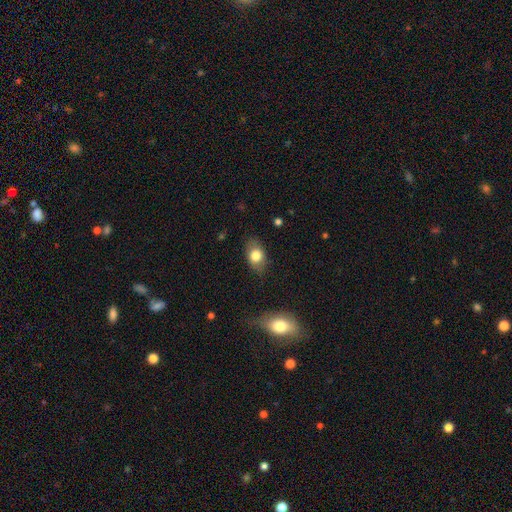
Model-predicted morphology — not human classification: The model was most divided on "smooth or featured": smooth: 77%, featured or disk: 15%, star or artifact: 8%. More confident: how rounded — in between (82%); merging — none (79%).